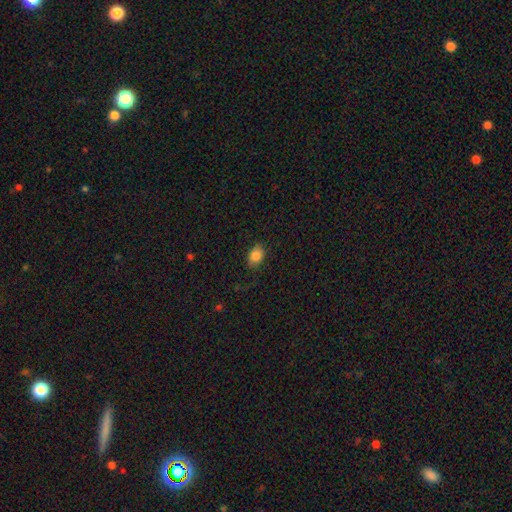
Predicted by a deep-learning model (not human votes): A smooth galaxy with no disk features (85%) that is in between round and cigar-shaped (70%).

Vote fractions:
- Smooth or featured? smooth: 85% / star or artifact: 9% / featured or disk: 6%
- How rounded? in between: 70% / round: 29% / cigar-shaped: 1%
- Merging? none: 80% / minor disturbance: 16% / major disturbance: 4% / merger: 1%